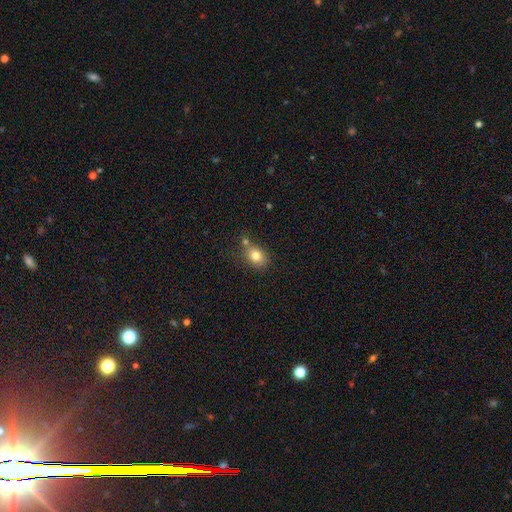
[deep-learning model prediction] Smooth or featured?
  - smooth: 81% *
  - star or artifact: 10%
  - featured or disk: 9%
How rounded?
  - in between: 52% *
  - round: 47%
  - cigar-shaped: 1%
Merging?
  - none: 62% *
  - minor disturbance: 17%
  - merger: 16%
  - major disturbance: 5%